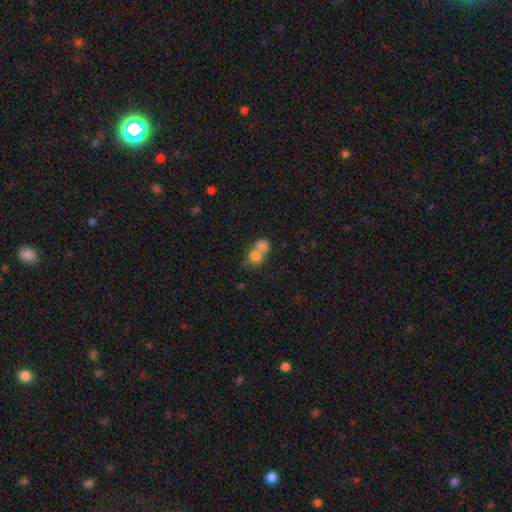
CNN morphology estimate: The model was most divided on "how rounded": round: 68%, in between: 31%, cigar-shaped: 1%. More confident: smooth or featured — smooth (77%); merging — merger (65%).